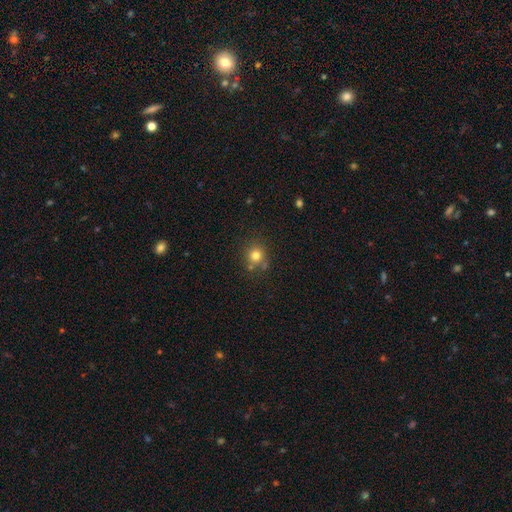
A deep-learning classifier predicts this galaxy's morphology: type=smooth (79%); roundness=round (90%); merging=none (74%).